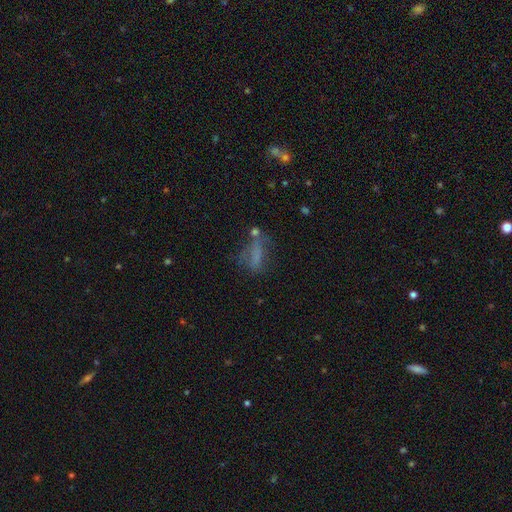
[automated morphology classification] Smooth or featured: smooth — 57% (featured or disk — 25%)
How rounded: in between — 68% (cigar-shaped — 23%)
Merging: none — 37% (major disturbance — 28%)